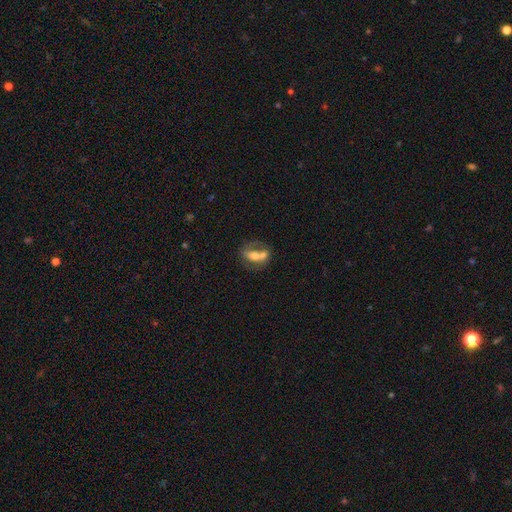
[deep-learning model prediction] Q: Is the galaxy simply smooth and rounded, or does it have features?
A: smooth — 51%.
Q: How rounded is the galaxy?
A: in between — 70%.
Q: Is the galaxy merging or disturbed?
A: merger — 54%.